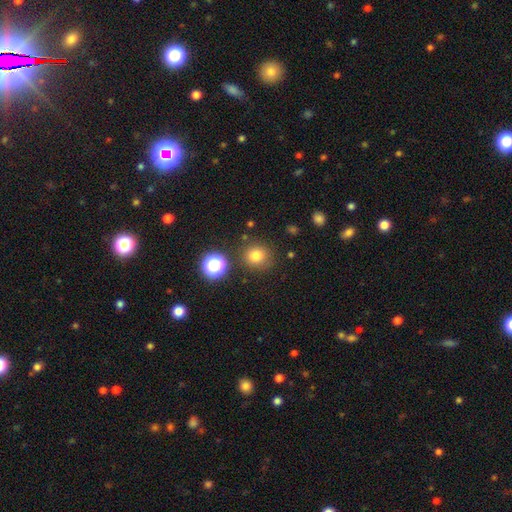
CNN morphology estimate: smooth-or-featured: smooth: 78% | star or artifact: 16% | featured or disk: 7%
  how-rounded: round: 86% | in between: 13% | cigar-shaped: 1%
  merging: none: 82% | minor disturbance: 10% | merger: 5% | major disturbance: 4%